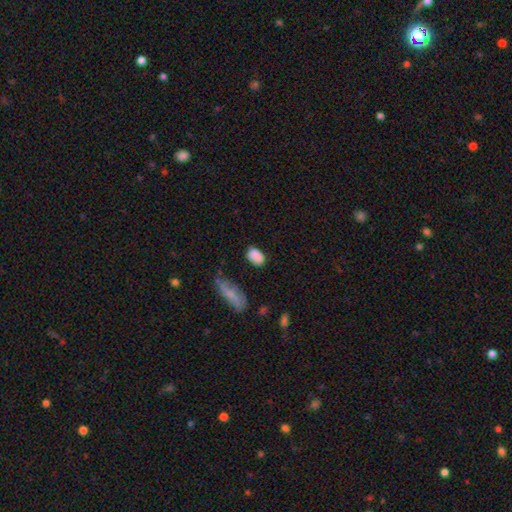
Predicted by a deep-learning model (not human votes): Morphology: type=smooth (84%); roundness=in between (88%); merging=none (68%).